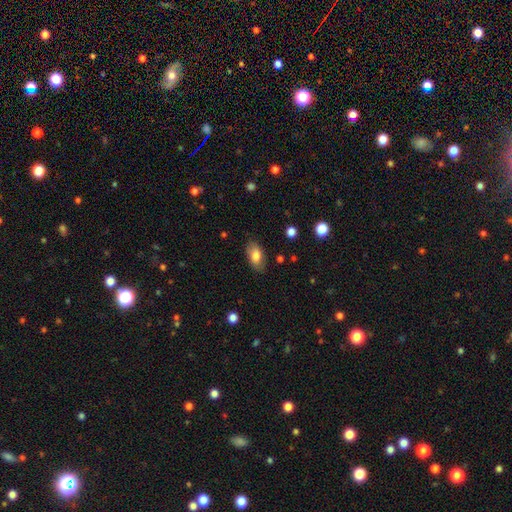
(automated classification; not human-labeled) smooth-or-featured: smooth: 80% | featured or disk: 13% | star or artifact: 7%
  how-rounded: in between: 92% | round: 5% | cigar-shaped: 3%
  merging: none: 82% | minor disturbance: 14% | major disturbance: 3% | merger: 1%